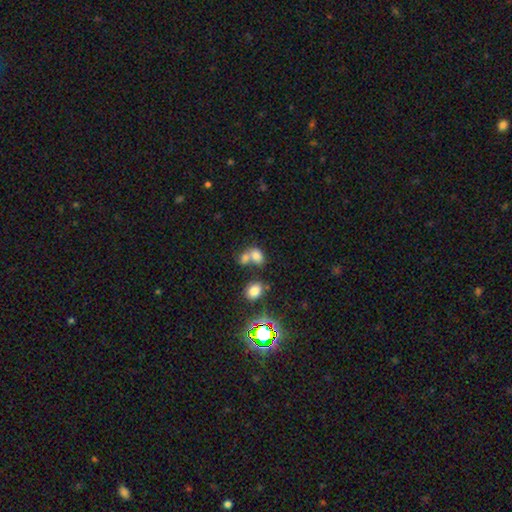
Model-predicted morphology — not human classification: The model was most divided on "merging": merger: 59%, none: 28%, minor disturbance: 8%, major disturbance: 5%. More confident: smooth or featured — smooth (73%); how rounded — in between (73%).